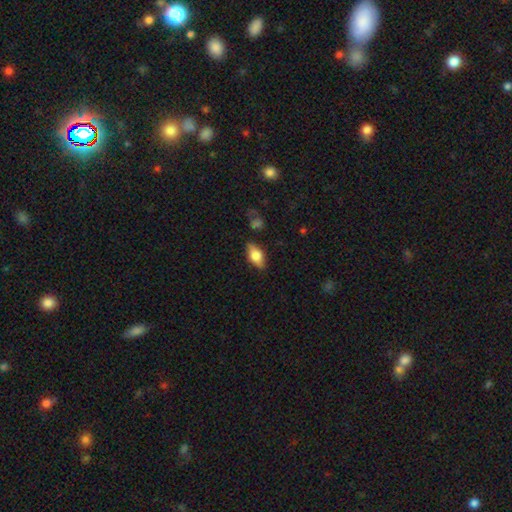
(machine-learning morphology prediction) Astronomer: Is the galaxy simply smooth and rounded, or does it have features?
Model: smooth — 65%.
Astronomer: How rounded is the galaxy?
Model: in between — 84%.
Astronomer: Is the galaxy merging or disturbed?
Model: none — 83%.